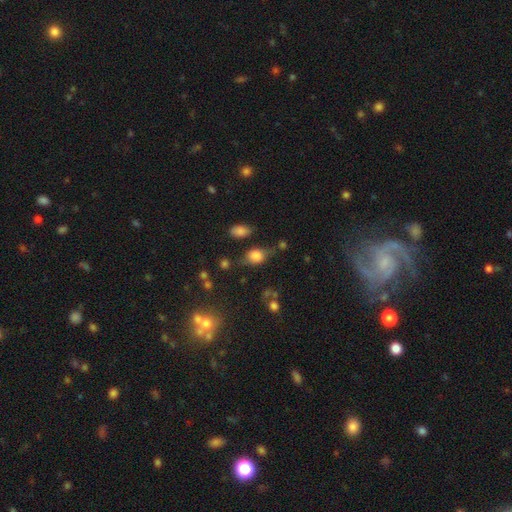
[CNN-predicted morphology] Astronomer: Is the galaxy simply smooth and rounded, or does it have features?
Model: smooth — 74%.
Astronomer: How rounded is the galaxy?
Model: in between — 63%.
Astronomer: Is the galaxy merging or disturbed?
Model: none — 58%.